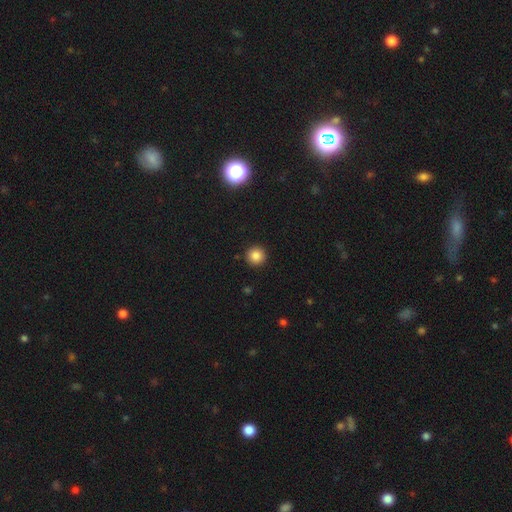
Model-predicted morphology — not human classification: Overall: smooth (85%). How rounded: round (96%). Merging: none (92%).